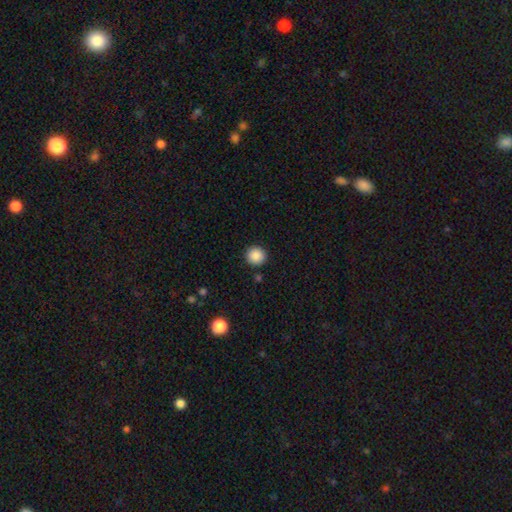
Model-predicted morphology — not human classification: This appears to be a smooth galaxy with no disk features (88%) that is round (94%). Merging: none (91%).